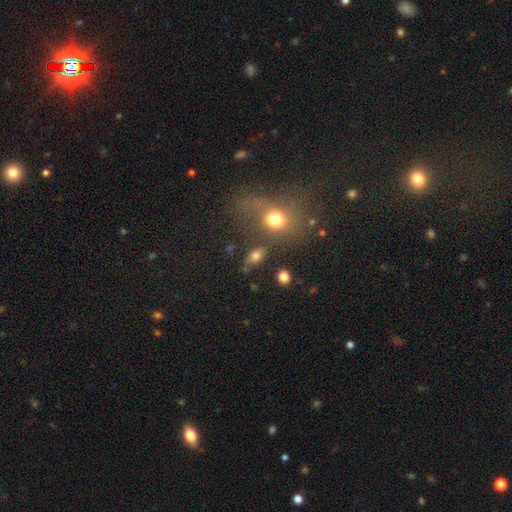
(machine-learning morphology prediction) type=smooth (74%); roundness=in between (75%); merging=none (67%).